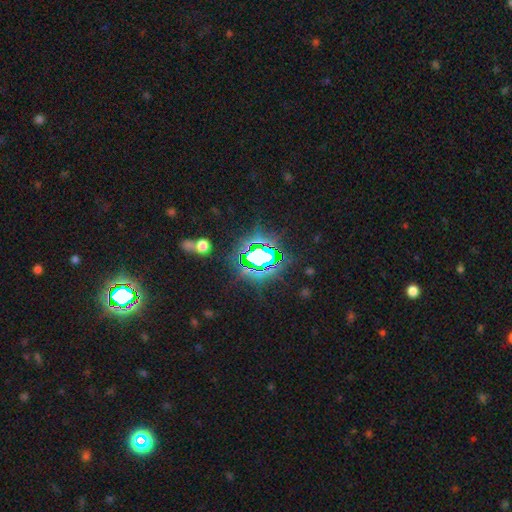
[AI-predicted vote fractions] This is likely a star or artifact rather than a galaxy (76%).